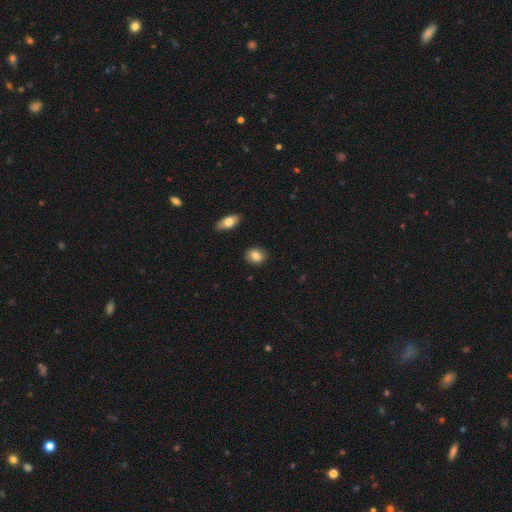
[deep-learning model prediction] Smooth or featured: smooth — 84% (featured or disk — 8%)
How rounded: in between — 55% (round — 43%)
Merging: none — 88% (minor disturbance — 8%)